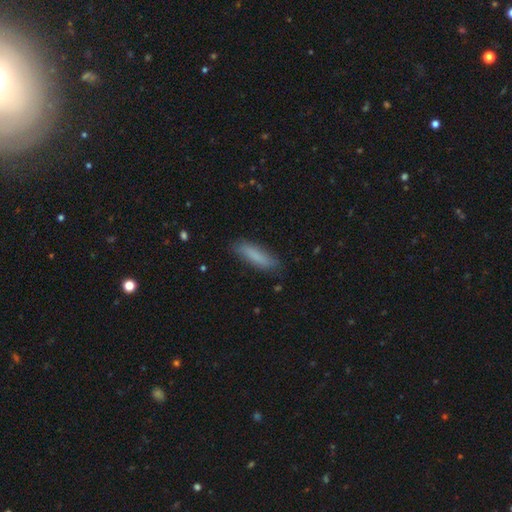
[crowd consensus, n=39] This appears to be a smooth galaxy with no disk features (72%) that is cigar-shaped (79%). Merging: none (91%).